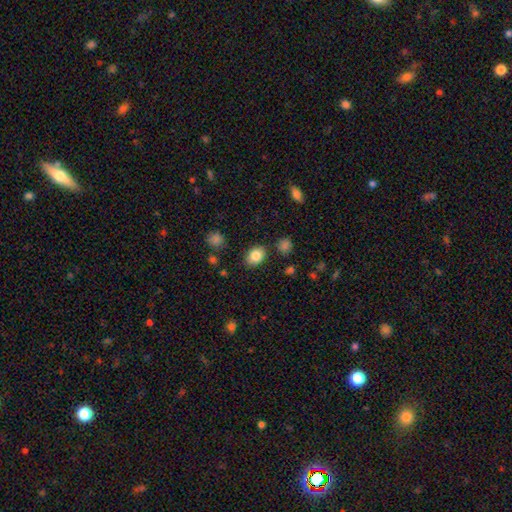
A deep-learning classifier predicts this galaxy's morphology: Smooth or featured: smooth — 84% (star or artifact — 9%)
How rounded: in between — 69% (round — 30%)
Merging: none — 83% (minor disturbance — 11%)